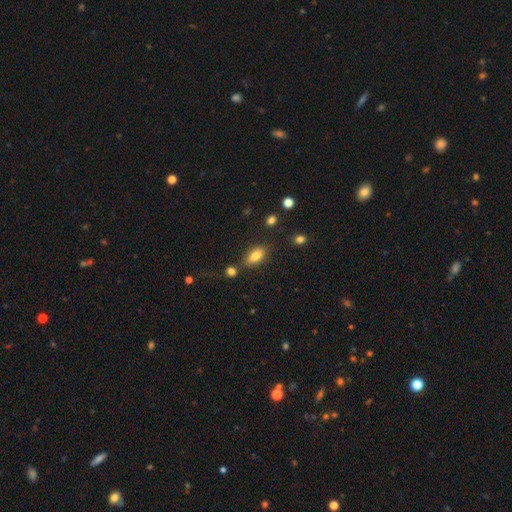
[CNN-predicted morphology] This is clearly a smooth galaxy (81%). How rounded: clearly in between (87%). Merging: likely none (75%).